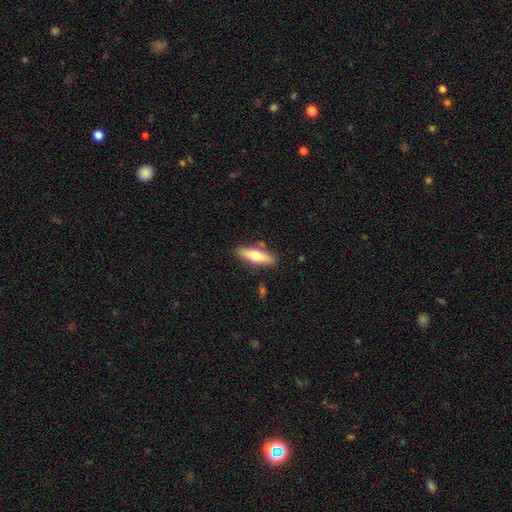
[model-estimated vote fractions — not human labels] Smooth or featured: smooth — 61% (featured or disk — 34%)
How rounded: cigar-shaped — 49% (in between — 48%)
Merging: none — 82% (minor disturbance — 12%)